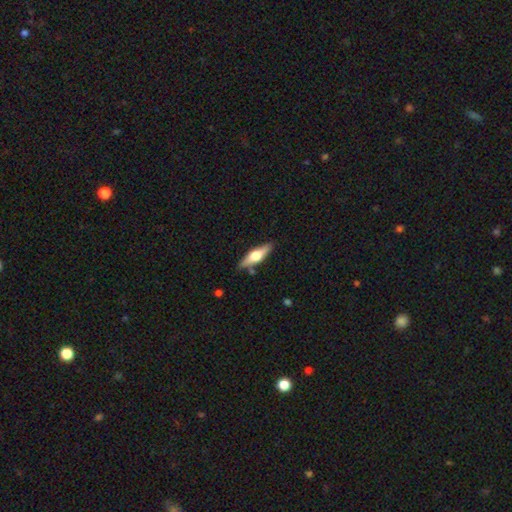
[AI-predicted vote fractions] A featured or disk galaxy (56%) viewed edge-on (94%) with a rounded central bulge (93%). Merging: none (84%).